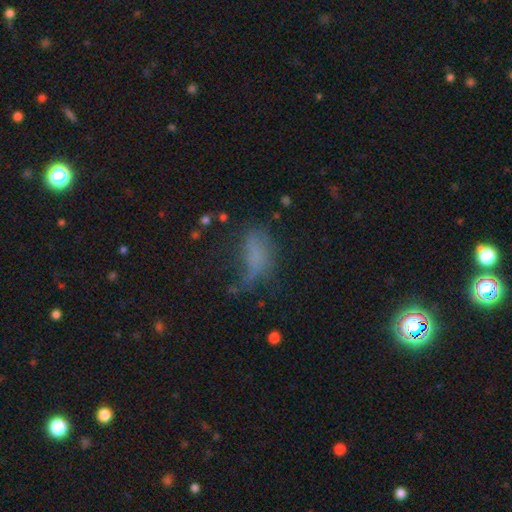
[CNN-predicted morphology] This appears to be a smooth galaxy with no disk features (53%) that is in between round and cigar-shaped (80%). Merging: major disturbance (42%).